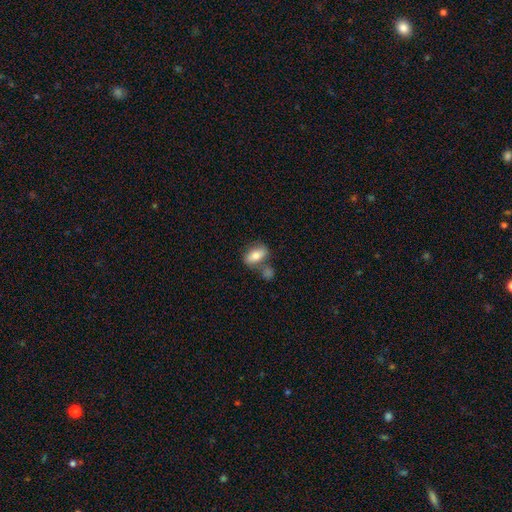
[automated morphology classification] This is likely a smooth galaxy (75%). How rounded: clearly in between (88%). Merging: possibly none (53%).